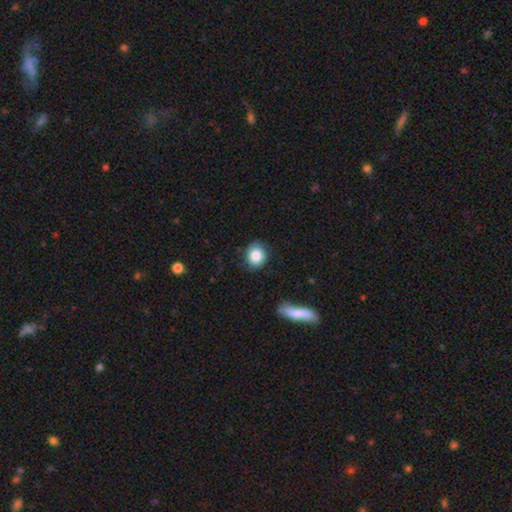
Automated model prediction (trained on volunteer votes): Overall: smooth (81%). How rounded: round (68%; in between 31%). Merging: none (77%).